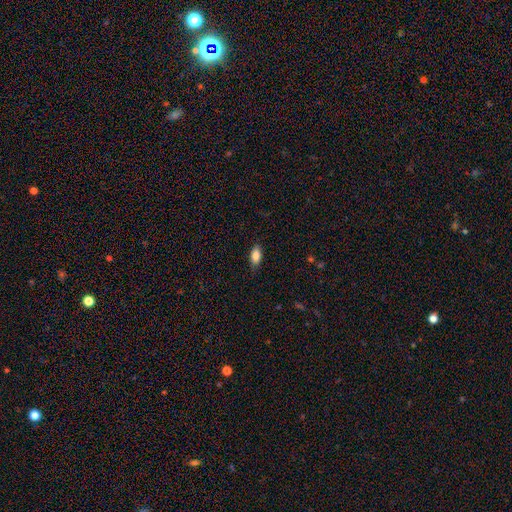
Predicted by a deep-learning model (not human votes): smooth_or_featured: smooth (p=0.85) [alt: star or artifact p=0.08]
how_rounded: in between (p=0.88) [alt: cigar-shaped p=0.08]
merging: none (p=0.81) [alt: minor disturbance p=0.15]